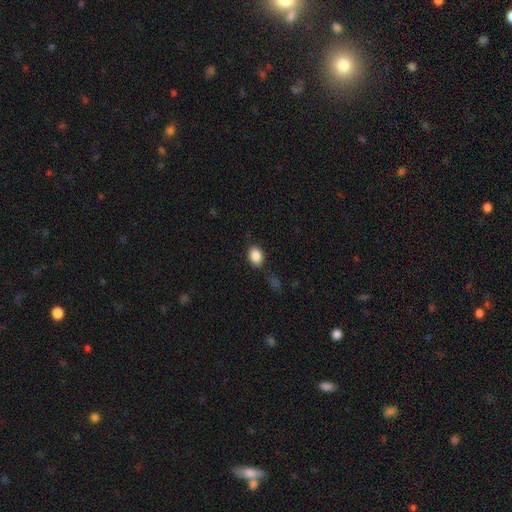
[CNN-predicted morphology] A smooth galaxy with no disk features (87%) that is in between round and cigar-shaped (75%).

Vote fractions:
- Smooth or featured? smooth: 87% / star or artifact: 9% / featured or disk: 5%
- How rounded? in between: 75% / round: 23% / cigar-shaped: 1%
- Merging? none: 81% / minor disturbance: 13% / major disturbance: 3% / merger: 2%